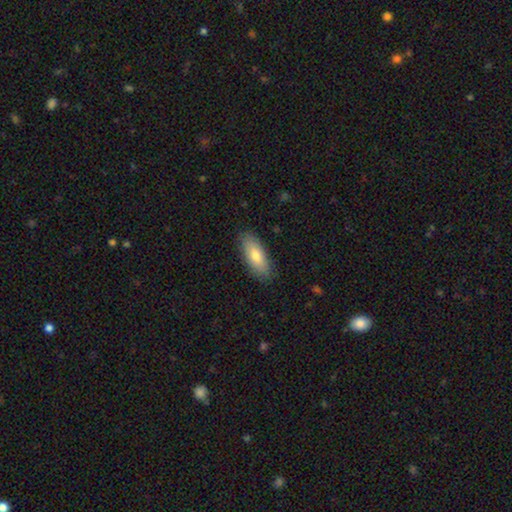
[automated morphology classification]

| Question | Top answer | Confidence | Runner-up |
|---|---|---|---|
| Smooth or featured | smooth | 73% | featured or disk (20%) |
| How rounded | in between | 71% | cigar-shaped (26%) |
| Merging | none | 88% | minor disturbance (9%) |